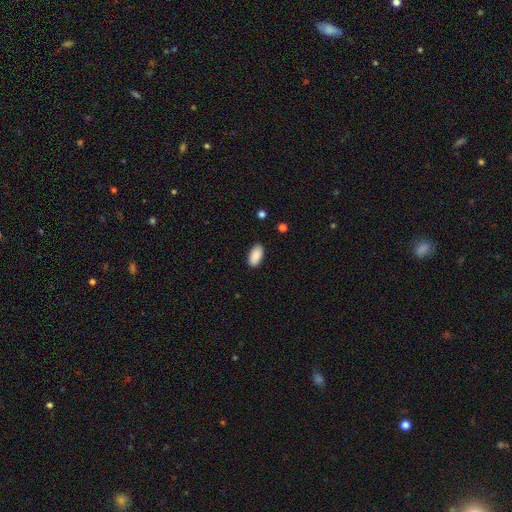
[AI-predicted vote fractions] This appears to be a smooth galaxy with no disk features (90%) that is in between round and cigar-shaped (95%). Merging: none (87%).